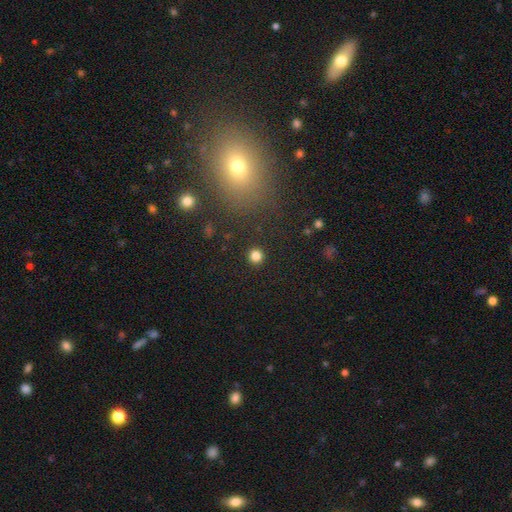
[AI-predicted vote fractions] Smooth or featured? smooth (83%)
How rounded? round (95%)
Merging? none (92%)